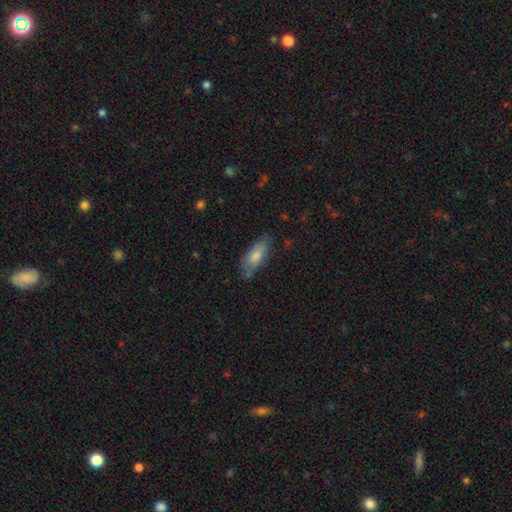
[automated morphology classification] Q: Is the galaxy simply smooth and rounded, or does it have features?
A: smooth — 75%.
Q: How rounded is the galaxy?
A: in between — 68%.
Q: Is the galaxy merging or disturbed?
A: none — 67%.